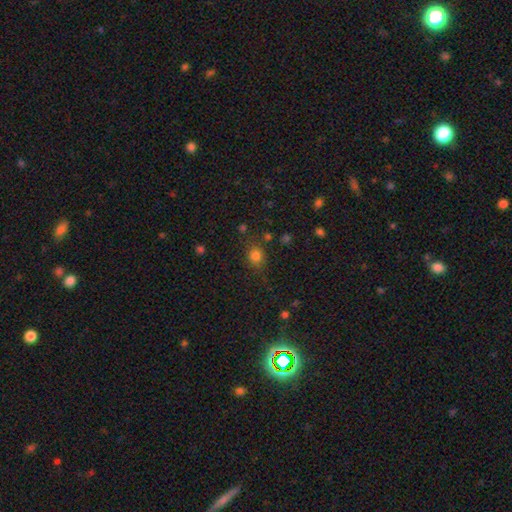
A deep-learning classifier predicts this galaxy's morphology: Smooth or featured? smooth (79%)
How rounded? round (71%)
Merging? none (77%)